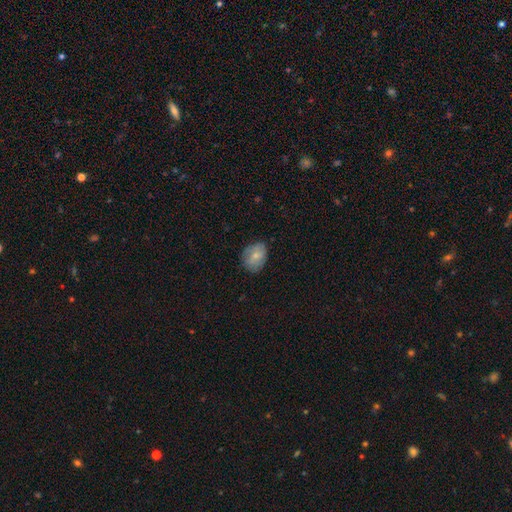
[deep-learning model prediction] A smooth galaxy with no disk features (74%) that is in between round and cigar-shaped (62%).

Vote fractions:
- Smooth or featured? smooth: 74% / featured or disk: 18% / star or artifact: 7%
- How rounded? in between: 62% / round: 37% / cigar-shaped: 1%
- Merging? none: 75% / minor disturbance: 20% / major disturbance: 4% / merger: 1%